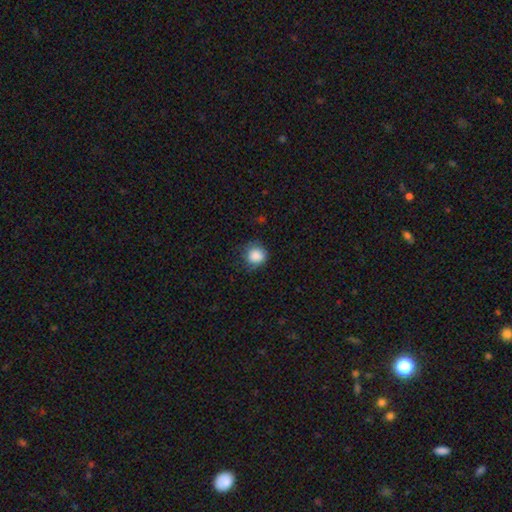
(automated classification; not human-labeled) Smooth or featured? smooth (87%)
How rounded? round (87%)
Merging? none (69%)